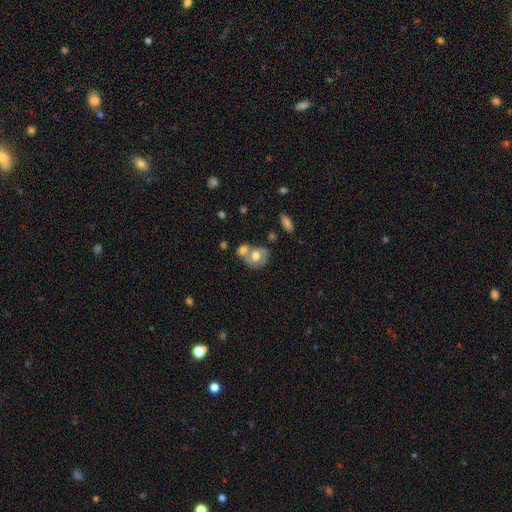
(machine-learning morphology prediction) A smooth galaxy with no disk features (50%) that is round (51%). Merging: merger (45%).